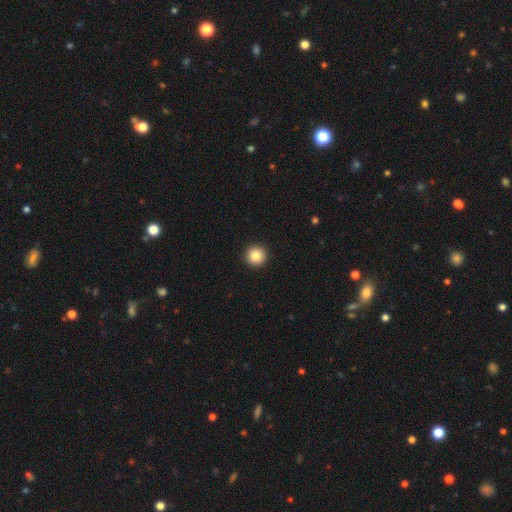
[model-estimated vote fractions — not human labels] Overall: smooth (85%). How rounded: round (96%). Merging: none (94%).